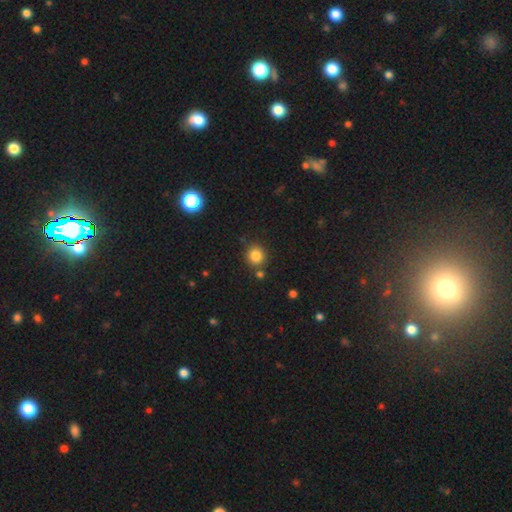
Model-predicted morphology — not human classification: type=smooth (83%); roundness=round (89%); merging=none (80%).